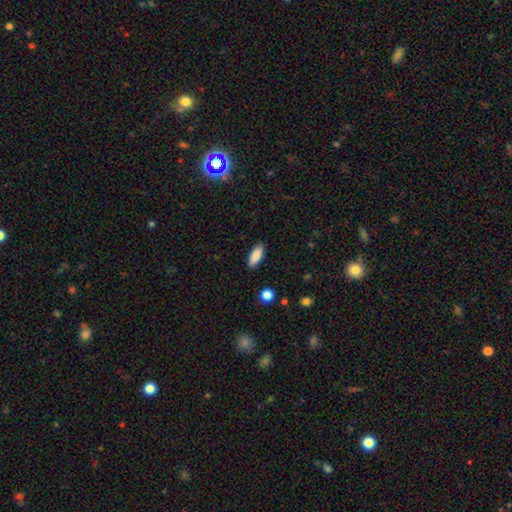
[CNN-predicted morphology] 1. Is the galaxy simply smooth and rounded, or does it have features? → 88% smooth, 7% star or artifact, 5% featured or disk.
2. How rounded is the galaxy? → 79% in between, 19% cigar-shaped, 2% round.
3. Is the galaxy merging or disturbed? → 88% none, 8% minor disturbance, 2% major disturbance, 1% merger.